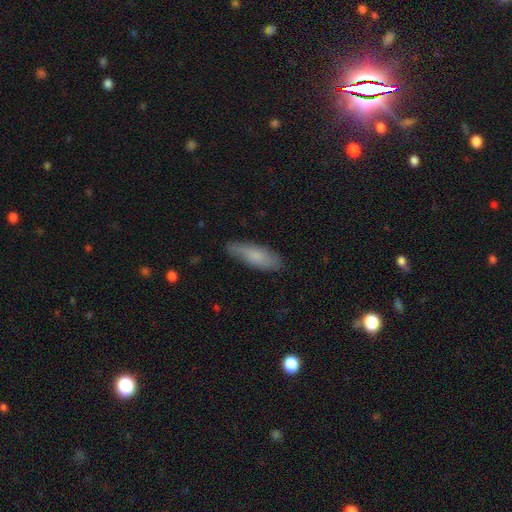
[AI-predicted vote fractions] Smooth or featured?
  - smooth: 75% *
  - featured or disk: 18%
  - star or artifact: 7%
How rounded?
  - in between: 52% *
  - cigar-shaped: 46%
  - round: 2%
Merging?
  - none: 77% *
  - minor disturbance: 18%
  - major disturbance: 3%
  - merger: 1%